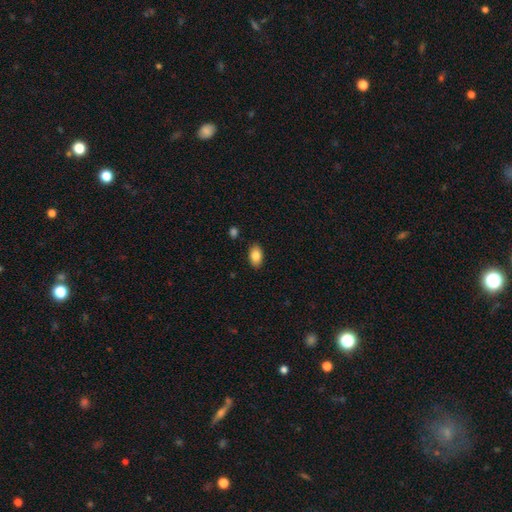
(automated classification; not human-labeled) This is clearly a smooth galaxy (83%). How rounded: clearly in between (92%). Merging: clearly none (88%).